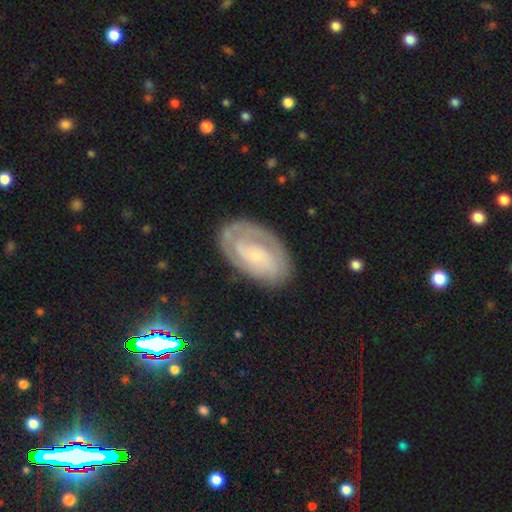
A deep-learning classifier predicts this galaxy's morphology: type=featured or disk (71%); edge-on=no (96%); bar=no (63%); spiral arms=yes (85%); winding=tight (62%); arm count=2 (39%); bulge=small (71%); merging=none (73%).